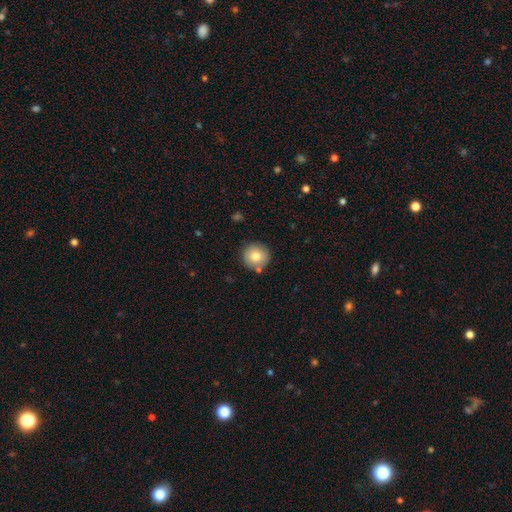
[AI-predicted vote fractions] This is likely a smooth galaxy (79%). How rounded: clearly round (95%). Merging: clearly none (82%).